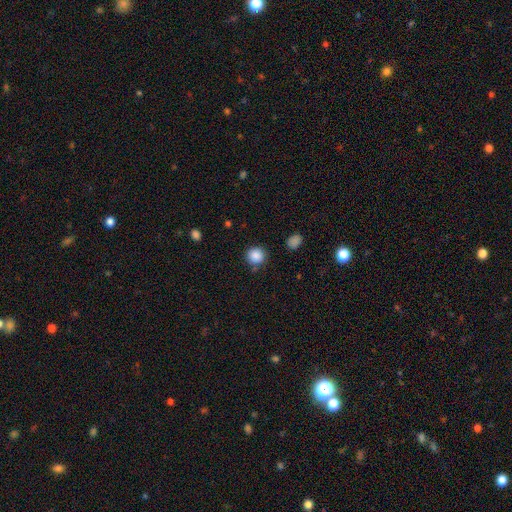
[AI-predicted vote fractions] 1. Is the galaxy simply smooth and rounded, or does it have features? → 87% smooth, 9% star or artifact, 3% featured or disk.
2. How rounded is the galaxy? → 93% round, 6% in between, 1% cigar-shaped.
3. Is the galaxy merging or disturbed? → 84% none, 9% minor disturbance, 4% merger, 3% major disturbance.